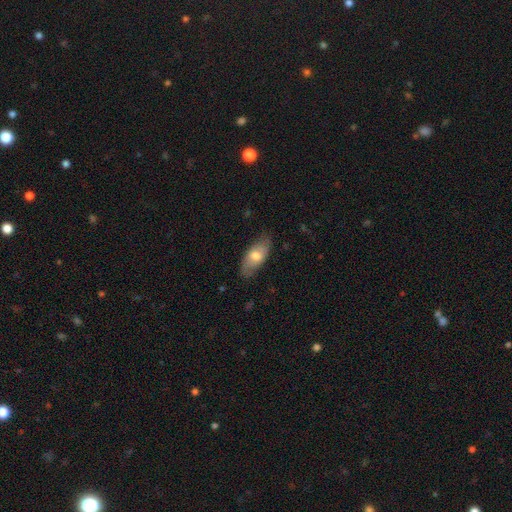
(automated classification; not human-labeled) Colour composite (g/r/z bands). It shows a smooth galaxy with no disk features (65%) that is in between round and cigar-shaped (89%). Merging: none (78%).